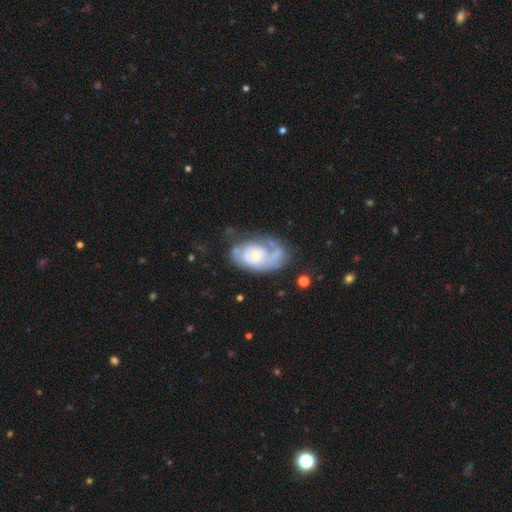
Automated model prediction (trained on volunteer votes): featured or disk 77%, smooth 17%, star or artifact 6%. Down the decision tree: edge-on disk — no (96%); bar — no (73%); spiral arms — yes (85%); spiral arm count — 1 (32%); spiral winding — tight (57%); bulge size — small (59%); merging — none (45%).